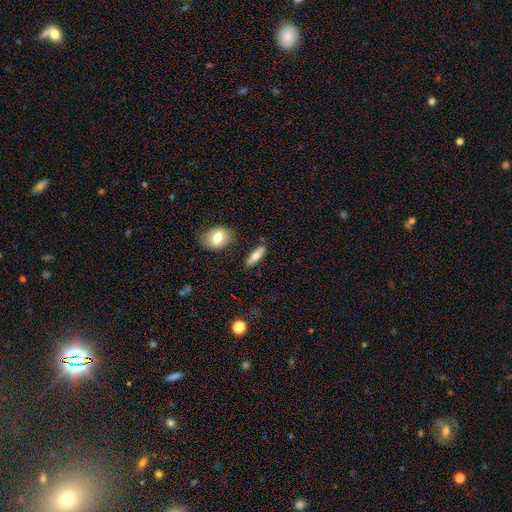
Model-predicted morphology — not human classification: smooth_or_featured: smooth (p=0.61) [alt: featured or disk p=0.33]
how_rounded: cigar-shaped (p=0.56) [alt: in between p=0.40]
merging: none (p=0.83) [alt: minor disturbance p=0.11]